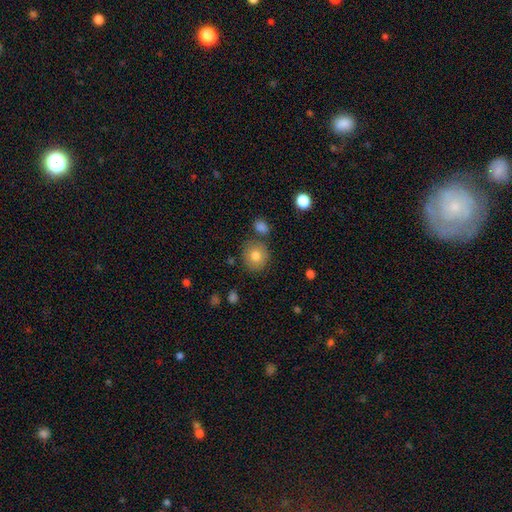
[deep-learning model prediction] Morphology: type=smooth (80%); roundness=round (84%); merging=none (78%).